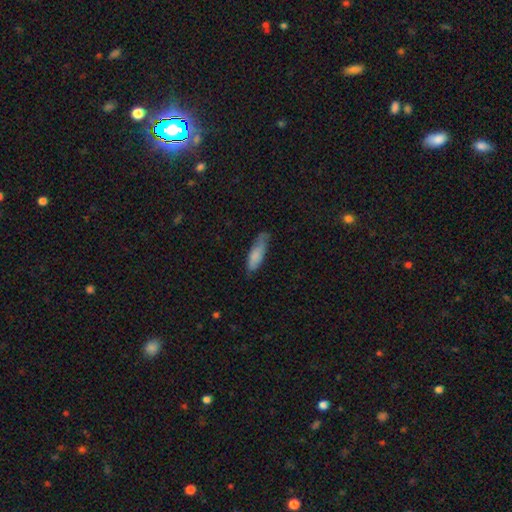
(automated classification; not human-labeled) Smooth or featured? Predicted: smooth (p=0.78). How rounded? Predicted: in between (p=0.50). Merging? Predicted: none (p=0.59).